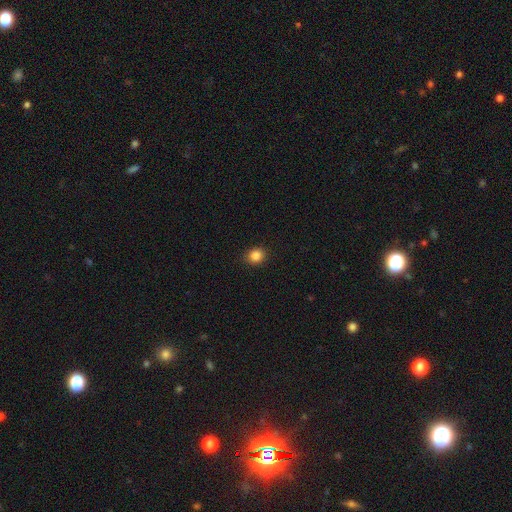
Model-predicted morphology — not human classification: Smooth or featured? Predicted: smooth (p=0.85). How rounded? Predicted: round (p=0.79). Merging? Predicted: none (p=0.90).